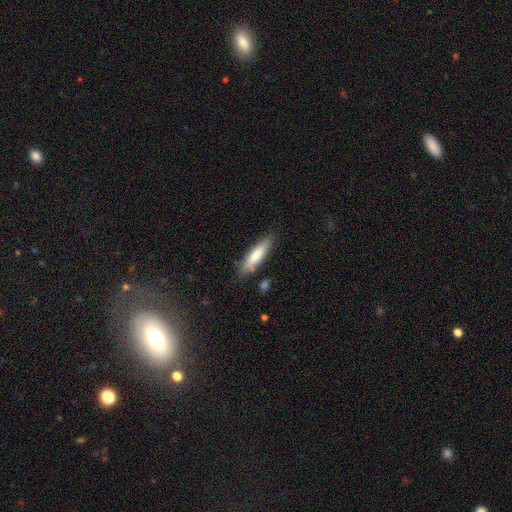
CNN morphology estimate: Overall: smooth (76%). How rounded: cigar-shaped (73%). Merging: none (81%).